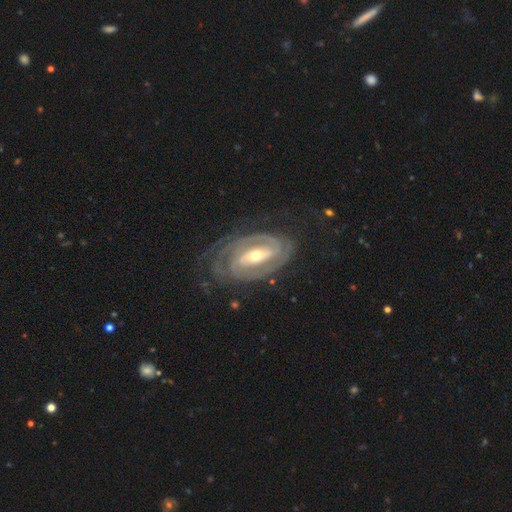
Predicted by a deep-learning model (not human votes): Morphology: type=featured or disk (91%); edge-on=no (96%); bar=strong (48%); spiral arms=yes (97%); winding=tight (73%); arm count=2 (59%); bulge=moderate (54%); merging=none (71%).